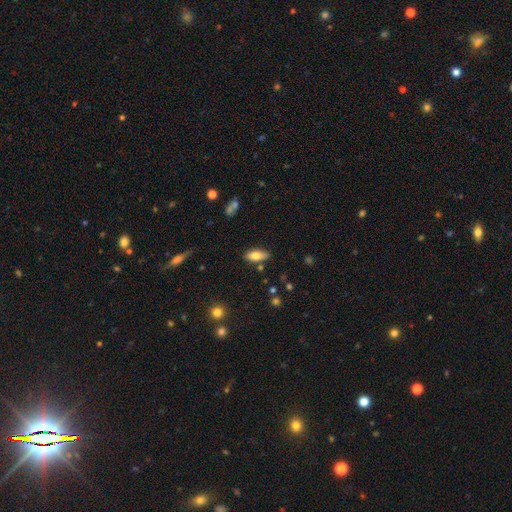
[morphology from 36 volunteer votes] Smooth or featured: smooth — 86% (featured or disk — 11%)
How rounded: in between — 90% (cigar-shaped — 10%)
Merging: none — 86% (minor disturbance — 11%)